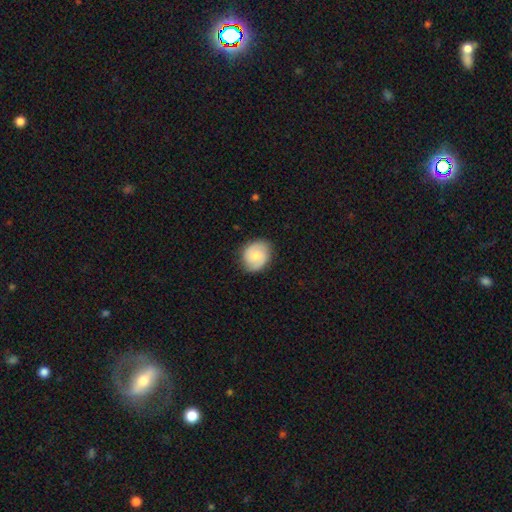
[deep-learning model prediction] Q: Smooth or featured?
A: smooth (55%); runner-up: featured or disk (38%)
Q: How rounded?
A: round (67%); runner-up: in between (32%)
Q: Merging?
A: none (83%); runner-up: minor disturbance (13%)